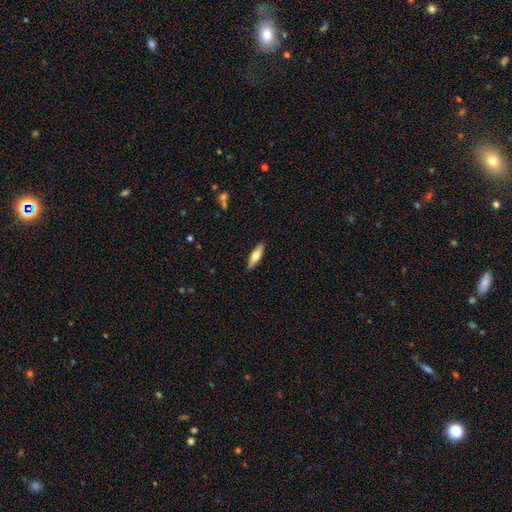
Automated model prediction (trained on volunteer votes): smooth_or_featured: smooth (p=0.66) [alt: featured or disk p=0.28]
how_rounded: cigar-shaped (p=0.58) [alt: in between p=0.40]
merging: none (p=0.89) [alt: minor disturbance p=0.08]